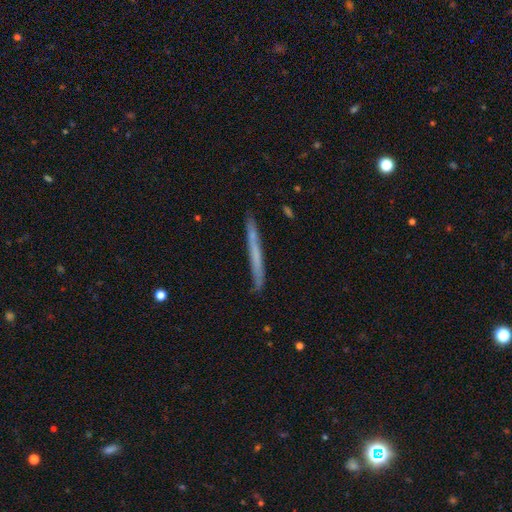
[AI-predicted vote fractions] Smooth or featured? smooth (51%)
How rounded? cigar-shaped (97%)
Merging? none (86%)